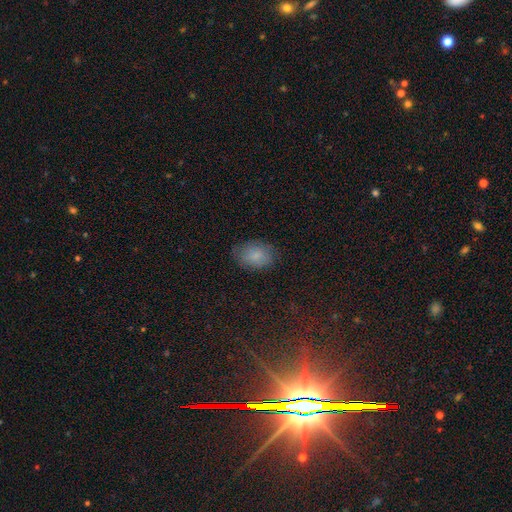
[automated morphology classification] smooth 83%, star or artifact 9%, featured or disk 8%. Down the decision tree: how rounded — in between (81%); merging — none (79%).